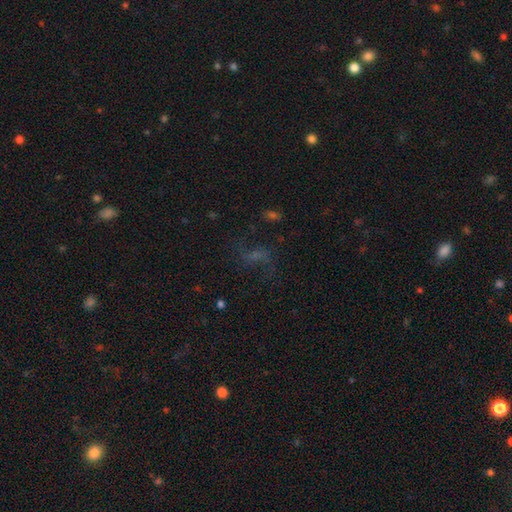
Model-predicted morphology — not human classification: A star or artifact, not a galaxy (39%).

Vote fractions:
- Smooth or featured? star or artifact: 39% / featured or disk: 38% / smooth: 23%